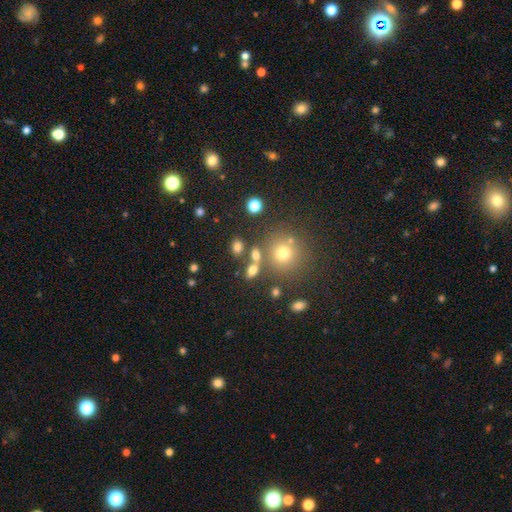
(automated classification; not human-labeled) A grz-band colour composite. It shows a smooth galaxy with no disk features (70%) that is in between round and cigar-shaped (63%). Merging: none (63%).